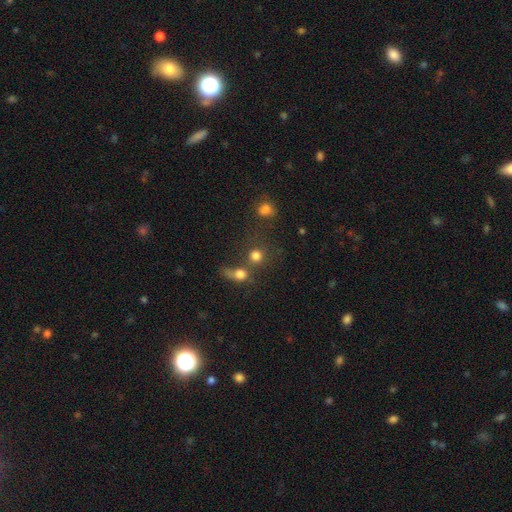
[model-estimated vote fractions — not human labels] A smooth galaxy with no disk features (76%) that is round (87%). Merging: none (49%).